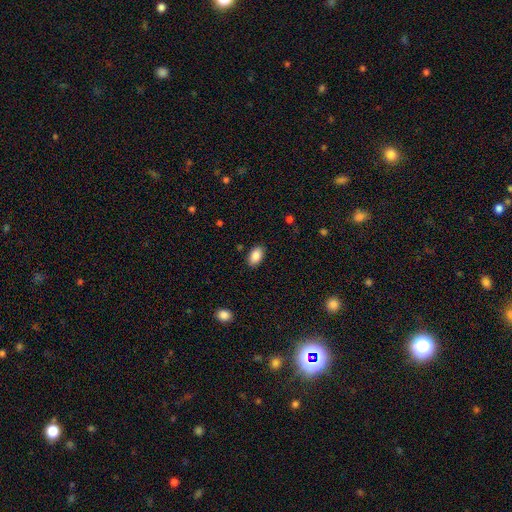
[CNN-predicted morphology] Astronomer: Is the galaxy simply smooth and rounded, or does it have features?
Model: smooth — 88%.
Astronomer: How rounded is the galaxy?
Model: in between — 92%.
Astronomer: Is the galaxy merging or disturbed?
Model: none — 86%.